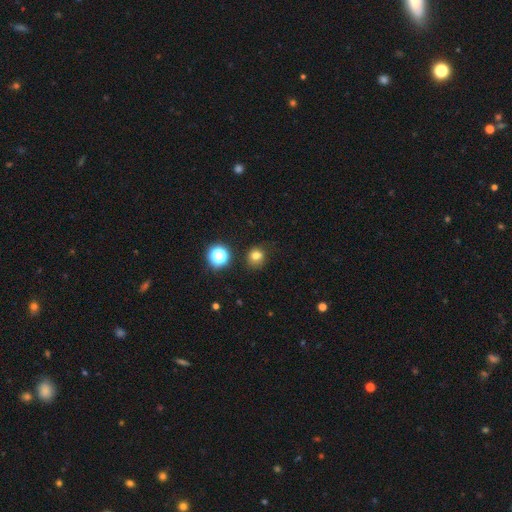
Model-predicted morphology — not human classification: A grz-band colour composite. It shows a smooth galaxy with no disk features (75%) that is round (82%). Merging: none (80%).